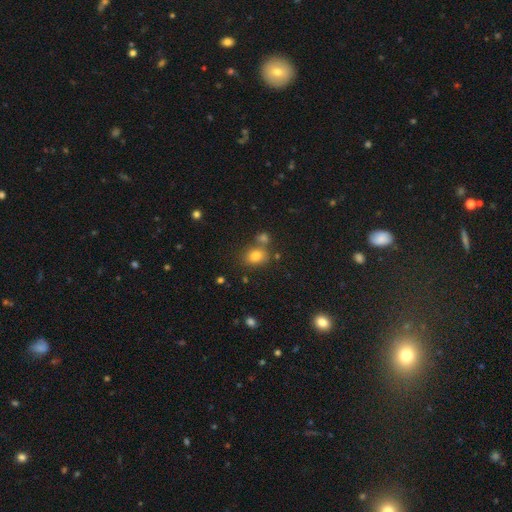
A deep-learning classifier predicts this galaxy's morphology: smooth_or_featured: smooth (p=0.79) [alt: star or artifact p=0.12]
how_rounded: in between (p=0.55) [alt: round p=0.44]
merging: none (p=0.61) [alt: merger p=0.22]